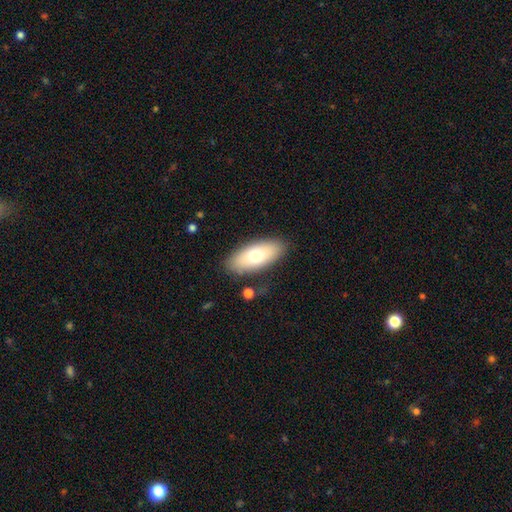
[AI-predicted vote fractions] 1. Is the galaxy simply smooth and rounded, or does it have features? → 70% smooth, 23% featured or disk, 7% star or artifact.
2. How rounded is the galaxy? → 85% in between, 12% cigar-shaped, 3% round.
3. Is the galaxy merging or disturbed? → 83% none, 11% minor disturbance, 3% major disturbance, 2% merger.